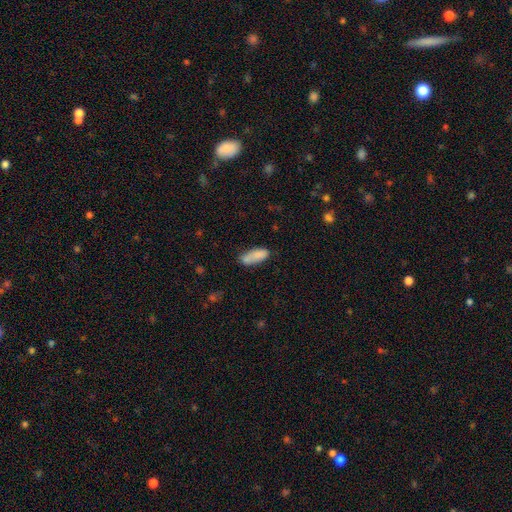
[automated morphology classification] Smooth or featured? Predicted: smooth (p=0.84). How rounded? Predicted: in between (p=0.73). Merging? Predicted: none (p=0.60).